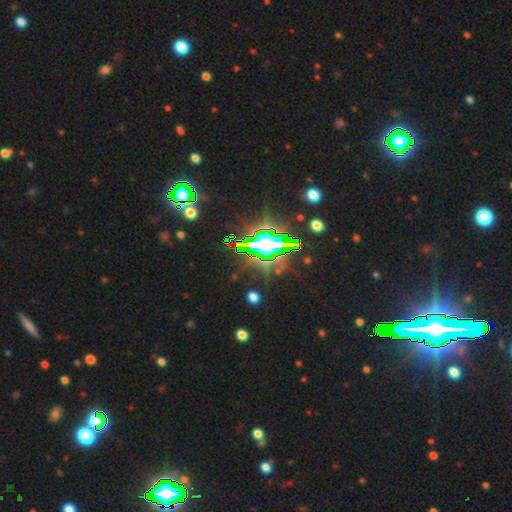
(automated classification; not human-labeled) A star or artifact, not a galaxy (80%).

Vote fractions:
- Smooth or featured? star or artifact: 80% / smooth: 10% / featured or disk: 10%